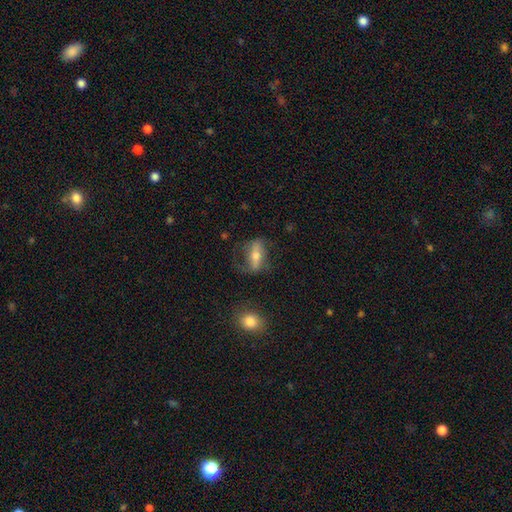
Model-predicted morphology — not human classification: This appears to be a featured or disk galaxy (54%). Merging: none (60%).